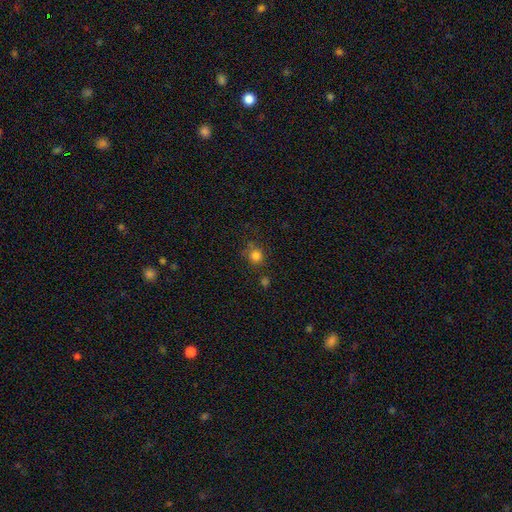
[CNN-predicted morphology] This appears to be a smooth galaxy with no disk features (81%) that is round (89%). Merging: none (73%).